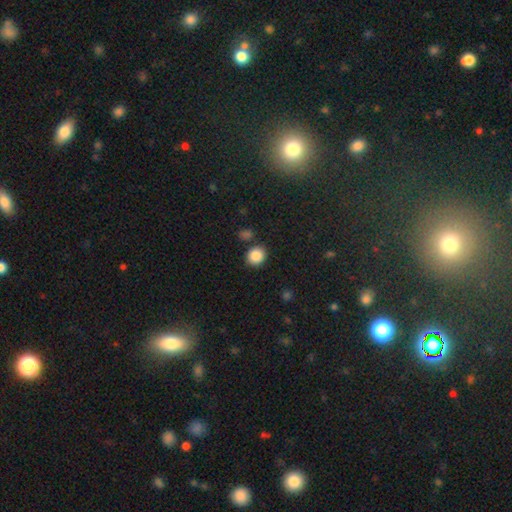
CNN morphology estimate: Q: Smooth or featured?
A: smooth (87%); runner-up: star or artifact (9%)
Q: How rounded?
A: round (75%); runner-up: in between (25%)
Q: Merging?
A: none (82%); runner-up: minor disturbance (9%)